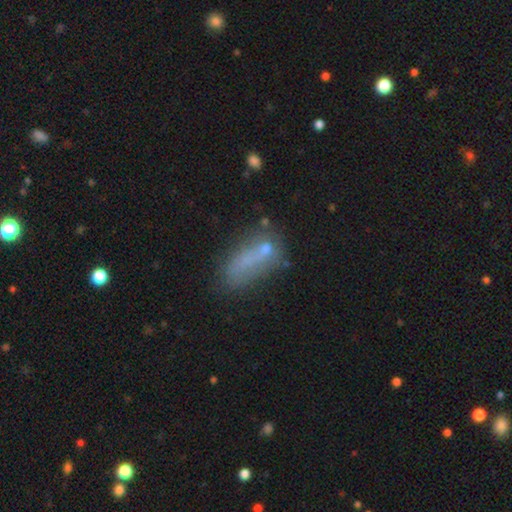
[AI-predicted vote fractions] This is possibly a smooth galaxy (57%). How rounded: likely in between (60%). Merging: marginally none (37%).